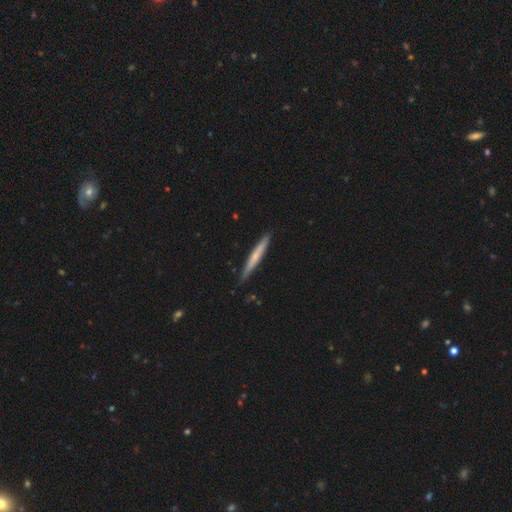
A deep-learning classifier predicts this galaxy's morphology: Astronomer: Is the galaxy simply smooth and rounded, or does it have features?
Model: smooth — 50% (runner-up: featured or disk, 45%).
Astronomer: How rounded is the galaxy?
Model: cigar-shaped — 96%.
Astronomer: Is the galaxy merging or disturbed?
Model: none — 88%.